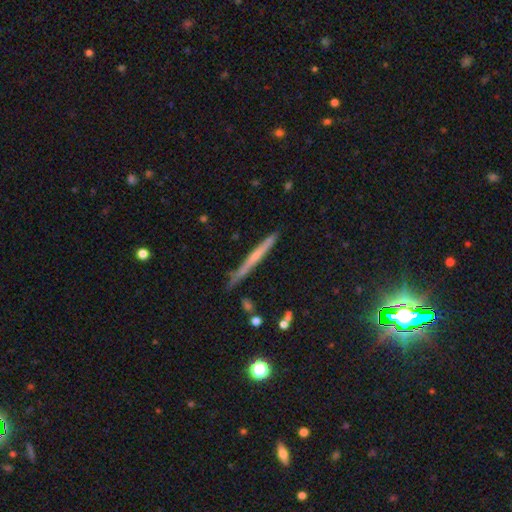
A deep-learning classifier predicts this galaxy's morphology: A featured or disk galaxy (50%).

Vote fractions:
- Smooth or featured? featured or disk: 50% / smooth: 42% / star or artifact: 9%
- Merging? none: 82% / minor disturbance: 13% / major disturbance: 2% / merger: 2%